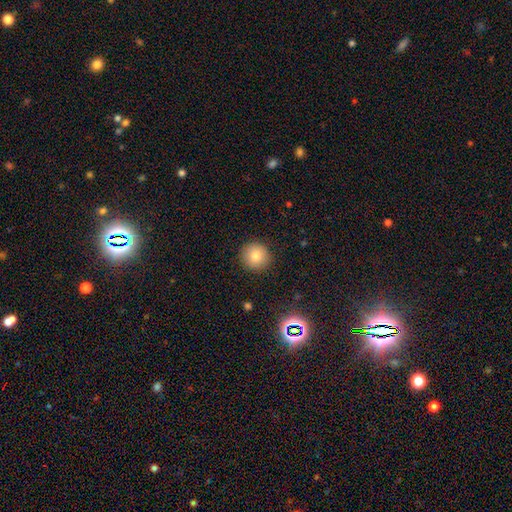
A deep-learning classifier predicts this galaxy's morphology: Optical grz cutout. It shows a smooth galaxy with no disk features (81%) that is round (95%). Merging: none (91%).